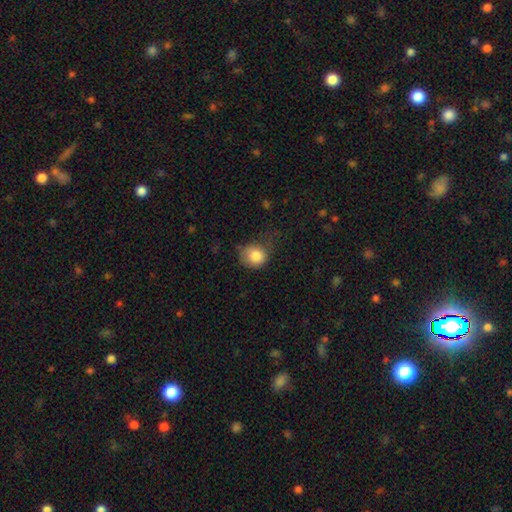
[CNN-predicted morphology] Overall: smooth (83%). How rounded: round (73%). Merging: none (45%; minor disturbance 35%).